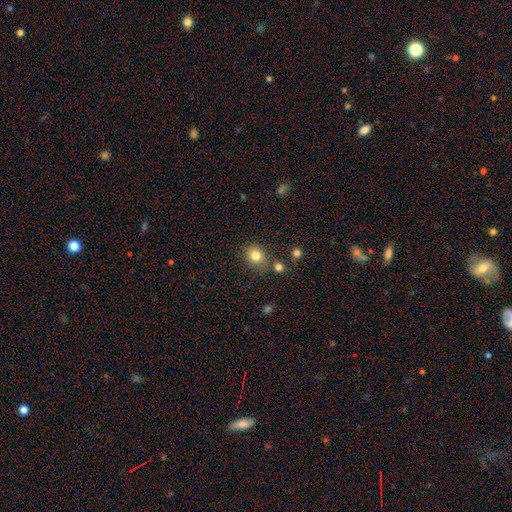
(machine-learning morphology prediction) Smooth or featured? Predicted: smooth (p=0.82). How rounded? Predicted: round (p=0.70). Merging? Predicted: none (p=0.74).